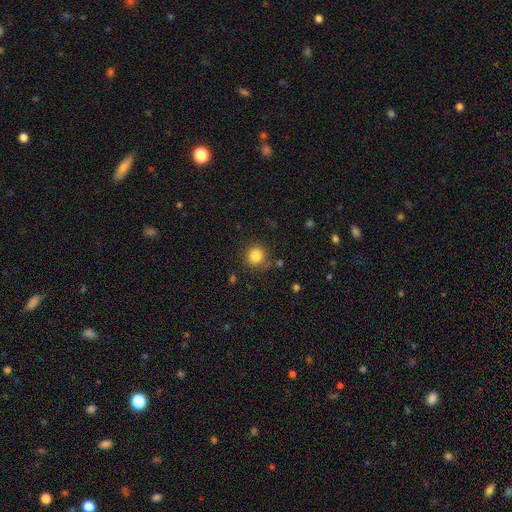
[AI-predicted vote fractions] Overall: smooth (84%). How rounded: round (91%). Merging: none (82%).